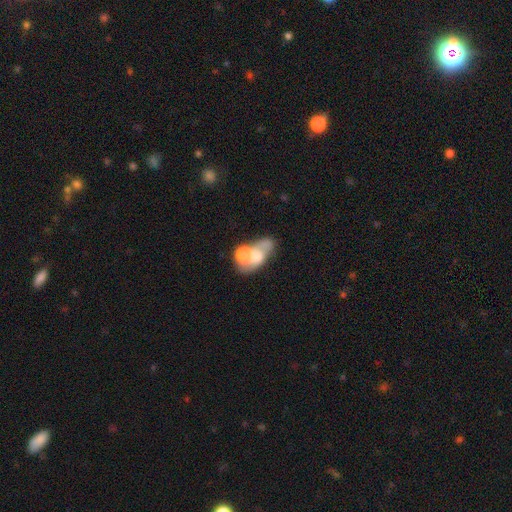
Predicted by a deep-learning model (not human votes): This appears to be a smooth galaxy with no disk features (52%) that is in between round and cigar-shaped (72%). Merging: merger (56%).